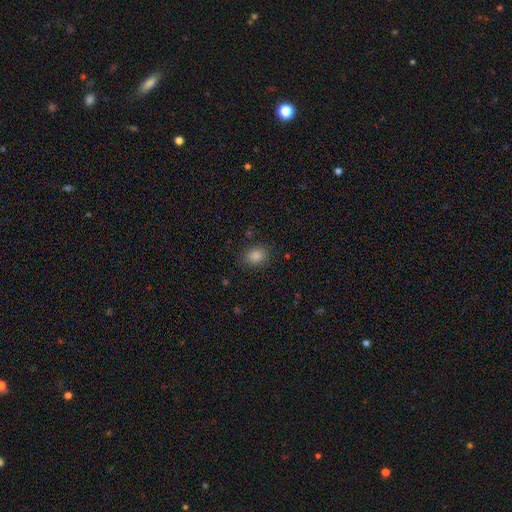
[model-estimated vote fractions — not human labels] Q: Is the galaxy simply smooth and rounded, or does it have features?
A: smooth — 82%.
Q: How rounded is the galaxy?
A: in between — 50%.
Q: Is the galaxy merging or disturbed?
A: none — 86%.